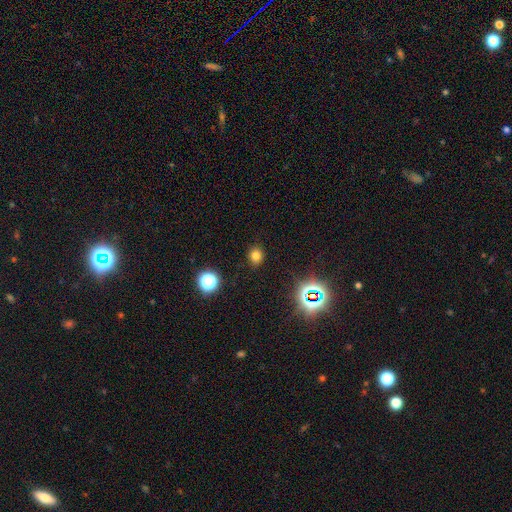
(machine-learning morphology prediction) smooth-or-featured: smooth: 75% | star or artifact: 20% | featured or disk: 6%
  how-rounded: round: 74% | in between: 25% | cigar-shaped: 1%
  merging: none: 87% | minor disturbance: 9% | major disturbance: 3% | merger: 1%